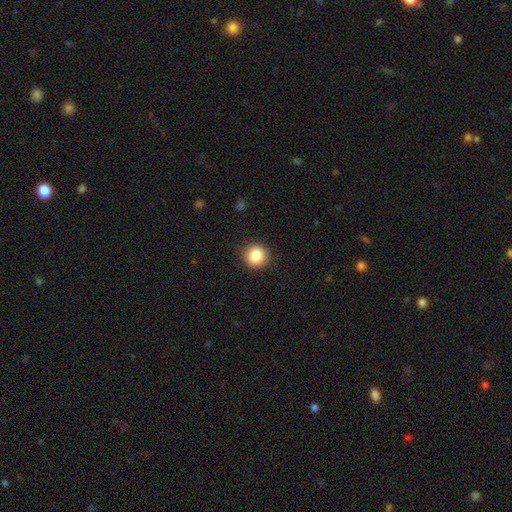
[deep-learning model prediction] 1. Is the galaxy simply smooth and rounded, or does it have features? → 86% smooth, 9% star or artifact, 5% featured or disk.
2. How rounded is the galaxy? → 93% round, 6% in between, 1% cigar-shaped.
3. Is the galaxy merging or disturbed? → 91% none, 6% minor disturbance, 2% major disturbance, 1% merger.